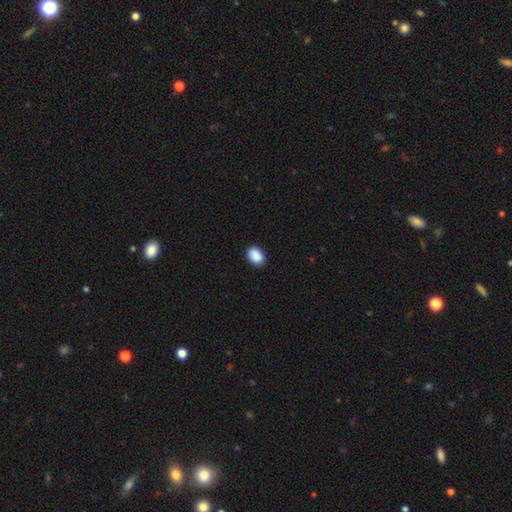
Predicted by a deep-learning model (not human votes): The model was most divided on "how rounded": in between: 77%, round: 22%, cigar-shaped: 1%. More confident: smooth or featured — smooth (90%); merging — none (87%).